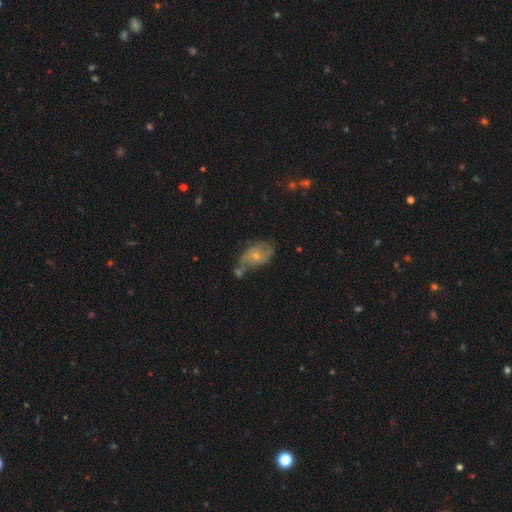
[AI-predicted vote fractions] This is possibly a featured or disk galaxy (54%). It is clearly not viewed edge-on (95%). Bar: clearly no (81%). Spiral arm pattern: likely yes (61%). Central bulge: likely small (65%). Merging: marginally none (37%).